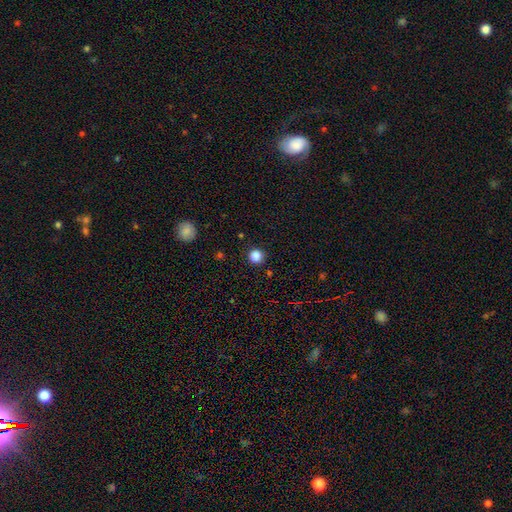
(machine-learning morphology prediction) A smooth galaxy with no disk features (86%) that is round (95%).

Vote fractions:
- Smooth or featured? smooth: 86% / star or artifact: 11% / featured or disk: 3%
- How rounded? round: 95% / in between: 4% / cigar-shaped: 1%
- Merging? none: 92% / minor disturbance: 5% / major disturbance: 2% / merger: 1%